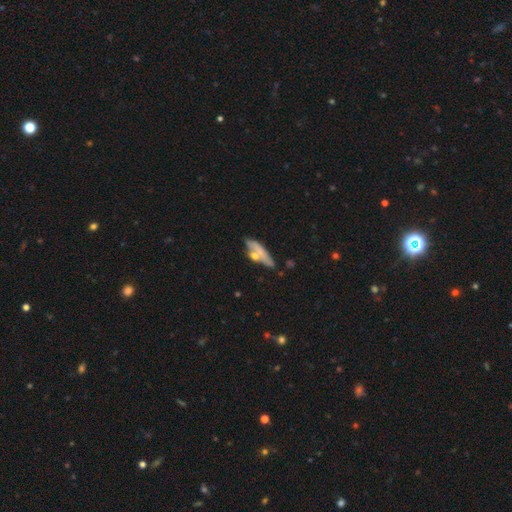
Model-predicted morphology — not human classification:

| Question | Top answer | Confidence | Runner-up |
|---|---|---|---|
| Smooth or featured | smooth | 53% | featured or disk (39%) |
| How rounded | cigar-shaped | 53% | in between (42%) |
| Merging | none | 50% | minor disturbance (22%) |